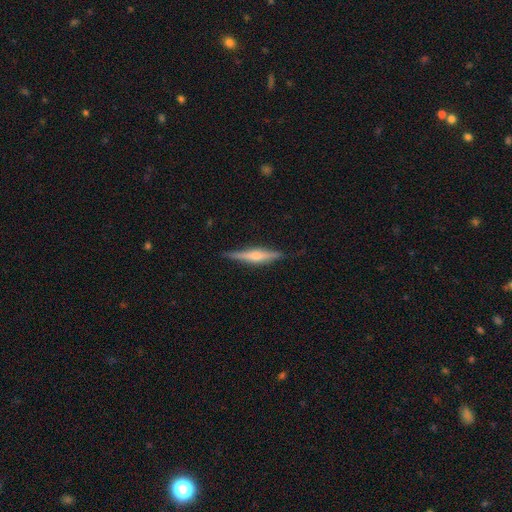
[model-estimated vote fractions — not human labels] Smooth or featured? Predicted: featured or disk (p=0.69). Edge-on disk? Predicted: yes (p=0.97). Edge-on bulge? Predicted: rounded (p=0.82). Merging? Predicted: none (p=0.87).